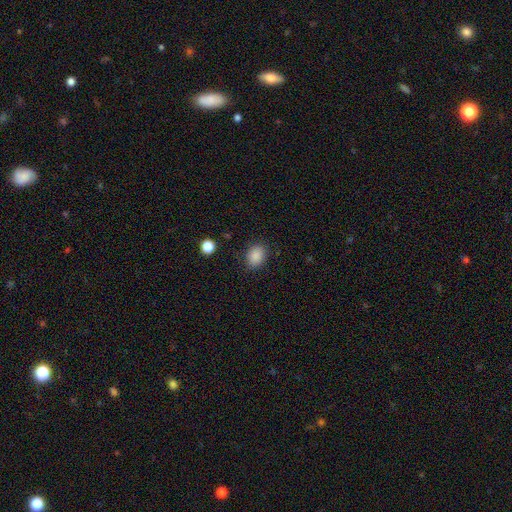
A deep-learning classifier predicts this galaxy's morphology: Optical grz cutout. It shows a smooth galaxy with no disk features (87%) that is in between round and cigar-shaped (68%). Merging: none (84%).